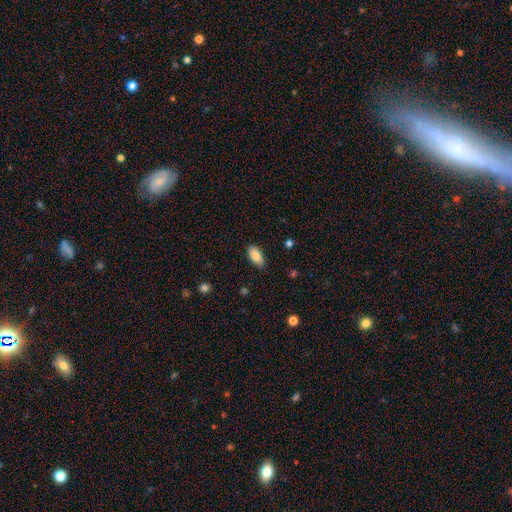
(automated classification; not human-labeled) smooth 86%, star or artifact 7%, featured or disk 7%. Down the decision tree: how rounded — in between (91%); merging — none (80%).